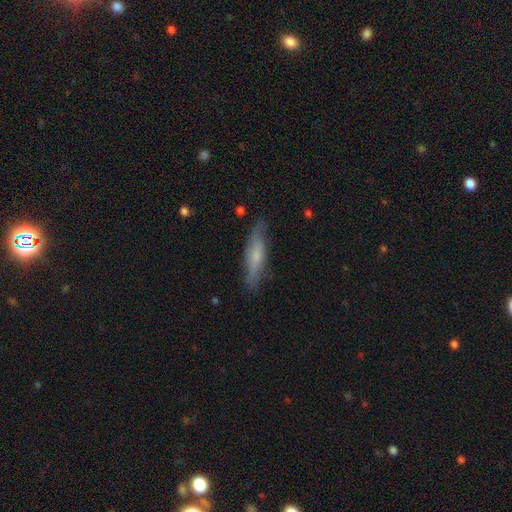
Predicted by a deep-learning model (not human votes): Smooth or featured? smooth (52%)
How rounded? cigar-shaped (81%)
Merging? none (79%)